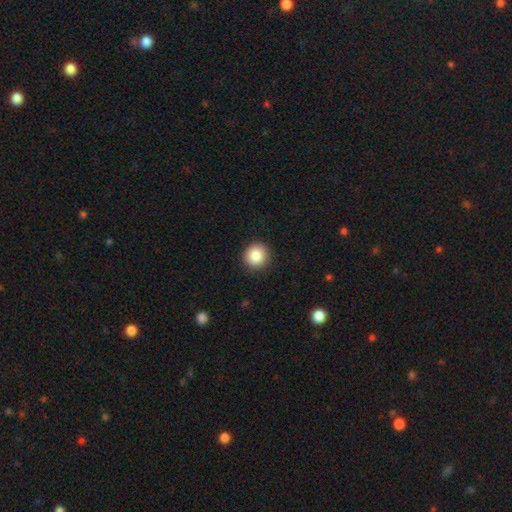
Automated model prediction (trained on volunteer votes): Smooth or featured: smooth — 85% (star or artifact — 9%)
How rounded: round — 93% (in between — 6%)
Merging: none — 91% (minor disturbance — 6%)